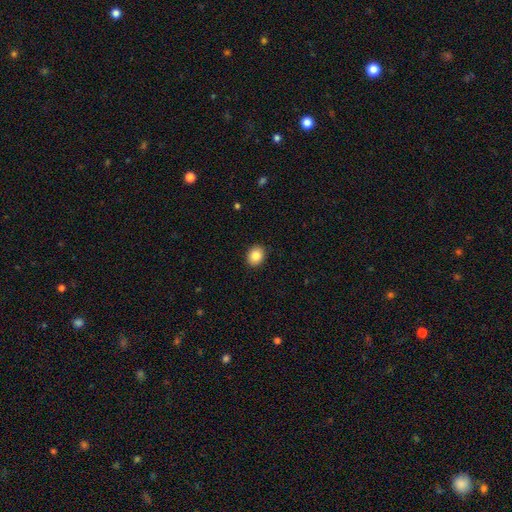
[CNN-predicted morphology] Smooth or featured?
  - smooth: 85% *
  - star or artifact: 9%
  - featured or disk: 6%
How rounded?
  - round: 55% *
  - in between: 44%
  - cigar-shaped: 1%
Merging?
  - none: 91% *
  - minor disturbance: 6%
  - major disturbance: 2%
  - merger: 1%